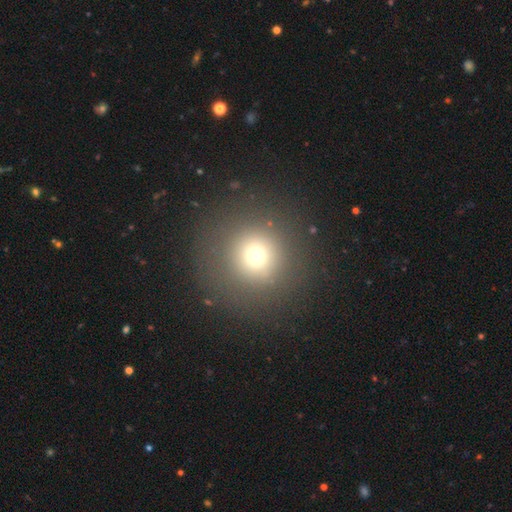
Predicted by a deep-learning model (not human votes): Morphology: type=smooth (70%); roundness=round (95%); merging=none (87%).